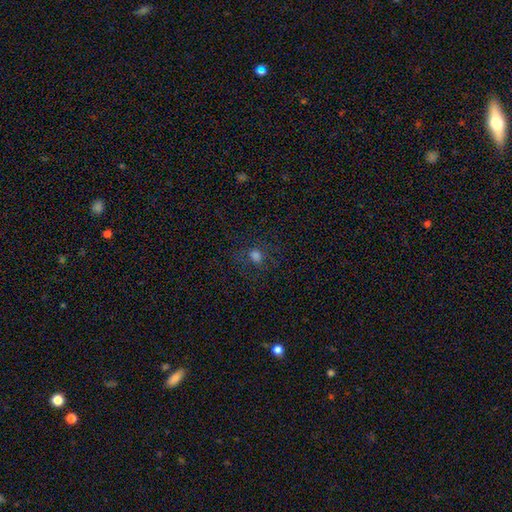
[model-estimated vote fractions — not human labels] Q: Smooth or featured?
A: smooth (60%); runner-up: star or artifact (28%)
Q: How rounded?
A: round (65%); runner-up: in between (33%)
Q: Merging?
A: none (71%); runner-up: minor disturbance (15%)